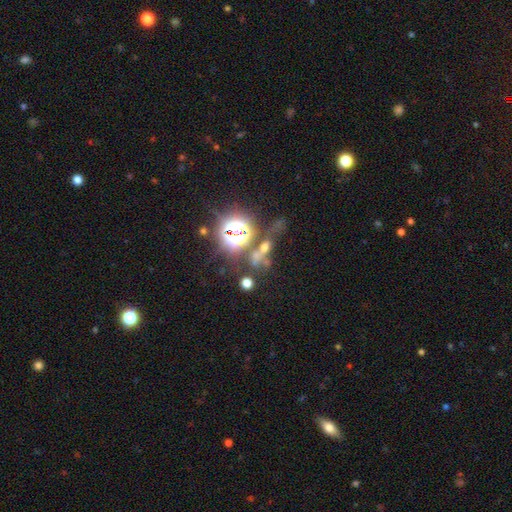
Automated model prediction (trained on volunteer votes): Q: Smooth or featured?
A: star or artifact (67%); runner-up: smooth (18%)